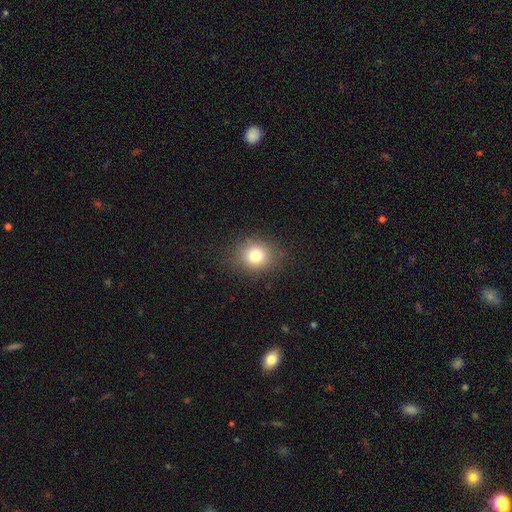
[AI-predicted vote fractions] Smooth or featured? smooth (78%)
How rounded? round (67%)
Merging? none (84%)